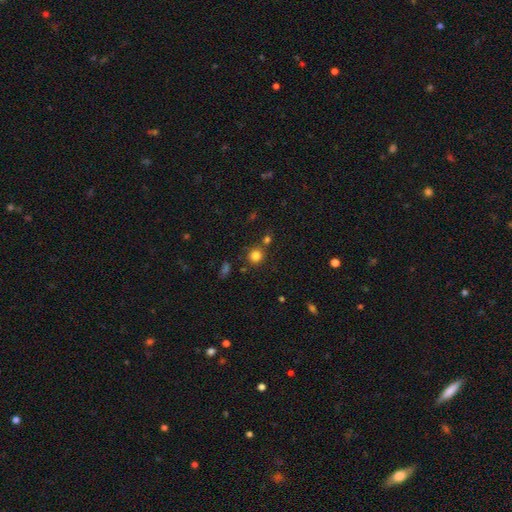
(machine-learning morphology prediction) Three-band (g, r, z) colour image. It shows a smooth galaxy with no disk features (81%) that is round (90%). Merging: none (78%).